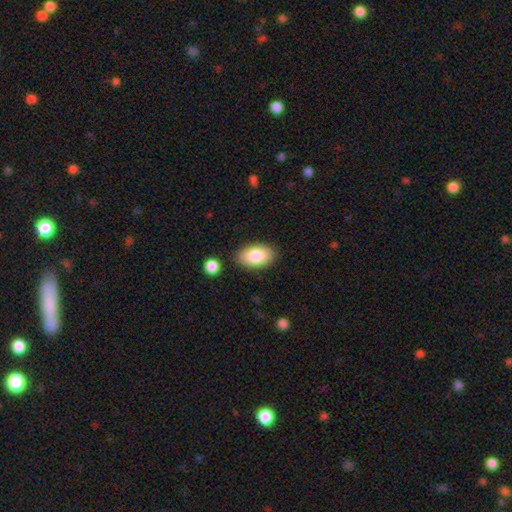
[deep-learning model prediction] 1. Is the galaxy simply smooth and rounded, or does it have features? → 85% smooth, 8% featured or disk, 6% star or artifact.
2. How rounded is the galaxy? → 94% in between, 5% round, 2% cigar-shaped.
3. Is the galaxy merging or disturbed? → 84% none, 10% minor disturbance, 3% merger, 2% major disturbance.